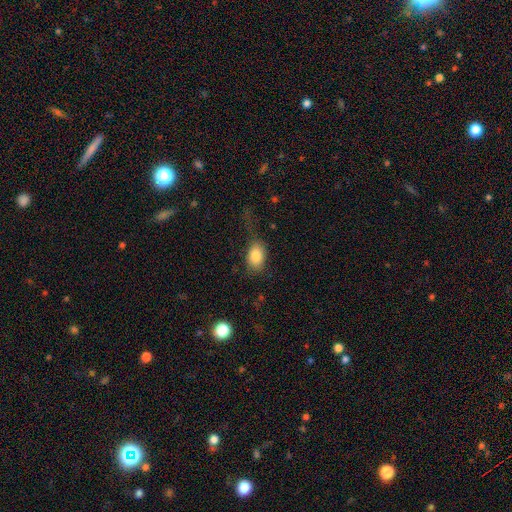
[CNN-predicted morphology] This appears to be a smooth galaxy with no disk features (83%) that is in between round and cigar-shaped (84%). Merging: none (57%).